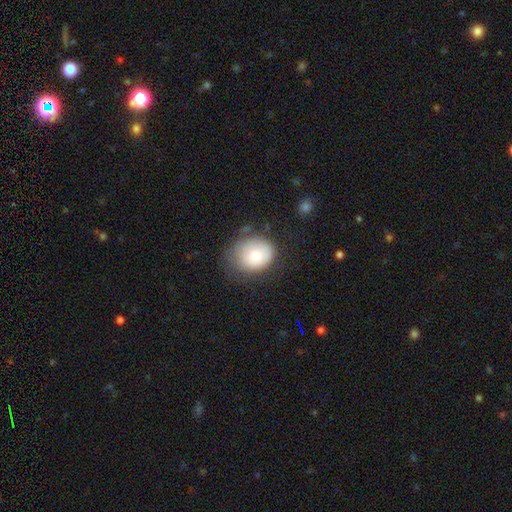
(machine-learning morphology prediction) Smooth or featured?
  - smooth: 77% *
  - featured or disk: 16%
  - star or artifact: 8%
How rounded?
  - round: 60% *
  - in between: 39%
  - cigar-shaped: 1%
Merging?
  - none: 57% *
  - minor disturbance: 28%
  - major disturbance: 12%
  - merger: 3%